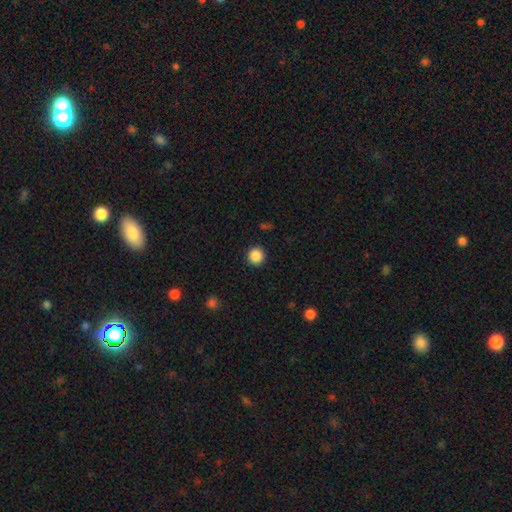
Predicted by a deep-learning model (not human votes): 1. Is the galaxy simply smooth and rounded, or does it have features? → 88% smooth, 10% star or artifact, 3% featured or disk.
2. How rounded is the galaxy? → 95% round, 4% in between, 1% cigar-shaped.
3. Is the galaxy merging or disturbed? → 92% none, 5% minor disturbance, 2% major disturbance, 1% merger.